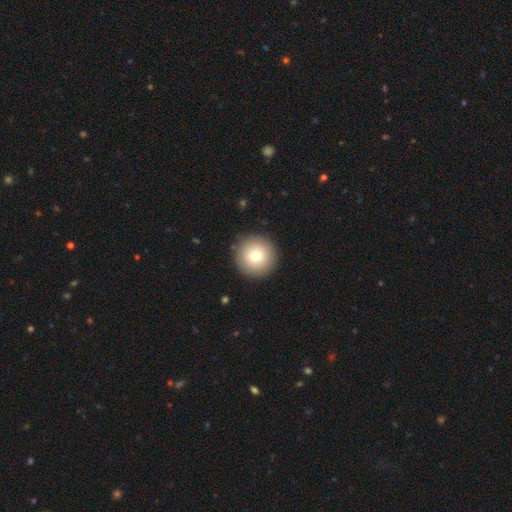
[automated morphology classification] This appears to be a smooth galaxy with no disk features (75%) that is round (96%). Merging: none (91%).